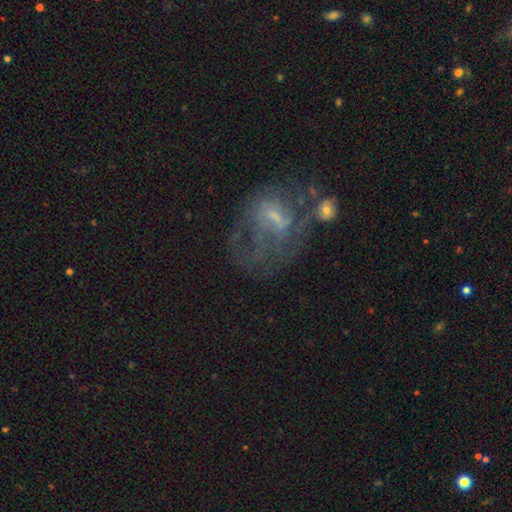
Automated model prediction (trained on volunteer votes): A featured or disk galaxy (55%) with no bar (50%), no spiral arms (54%) and a small central bulge (55%). Merging: none (40%).